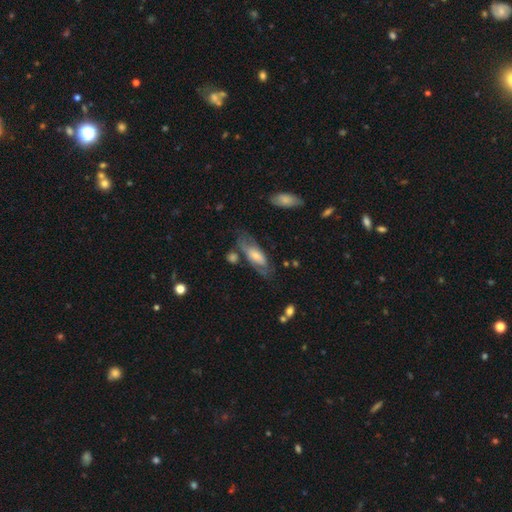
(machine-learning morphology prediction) Overall: smooth (48%; featured or disk 46%). Merging: none (54%; minor disturbance 23%).